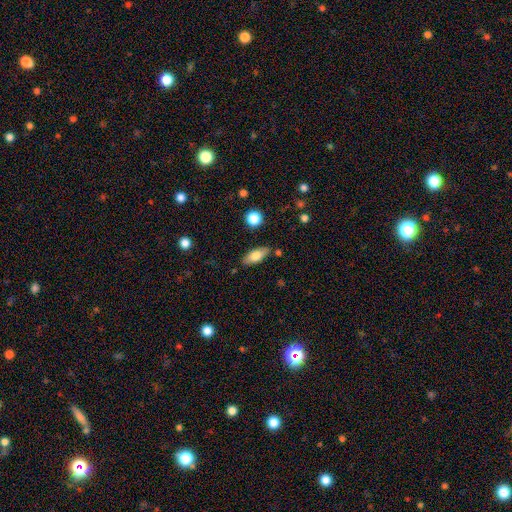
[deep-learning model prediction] This appears to be a smooth galaxy with no disk features (74%) that is in between round and cigar-shaped (78%). Merging: none (82%).